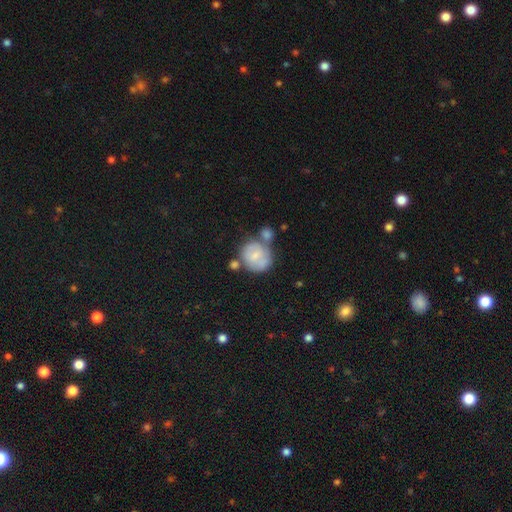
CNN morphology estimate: This is possibly a smooth galaxy (57%). How rounded: likely round (78%). Merging: marginally none (38%).